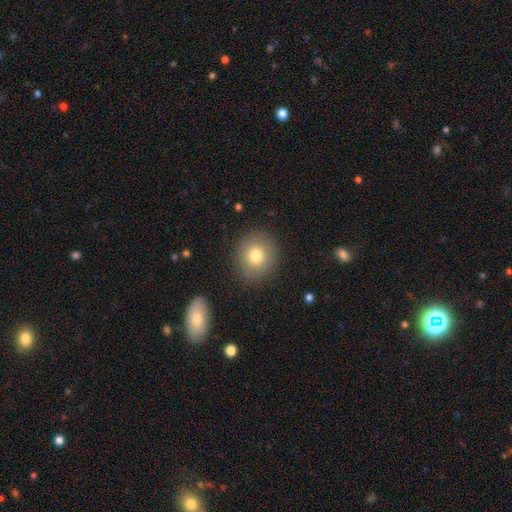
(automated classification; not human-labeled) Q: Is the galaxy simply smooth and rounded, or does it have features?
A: smooth — 77%.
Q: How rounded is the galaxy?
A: round — 83%.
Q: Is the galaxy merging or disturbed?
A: none — 88%.